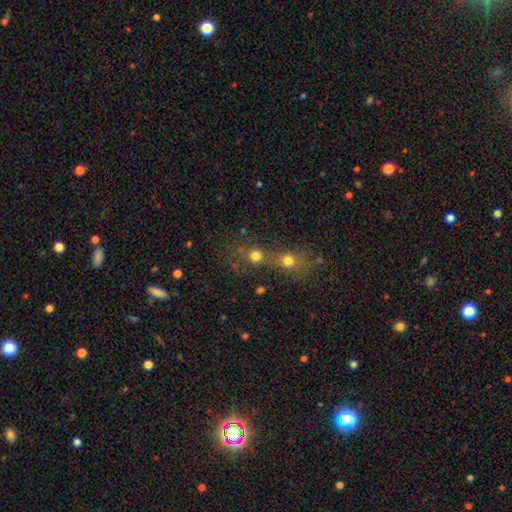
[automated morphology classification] Smooth or featured? Predicted: smooth (p=0.71). How rounded? Predicted: round (p=0.86). Merging? Predicted: merger (p=0.51).